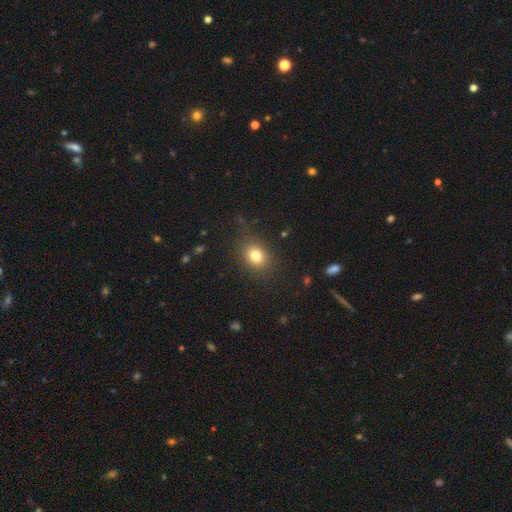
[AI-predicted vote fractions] Overall: smooth (79%). How rounded: in between (54%; round 45%). Merging: none (82%).